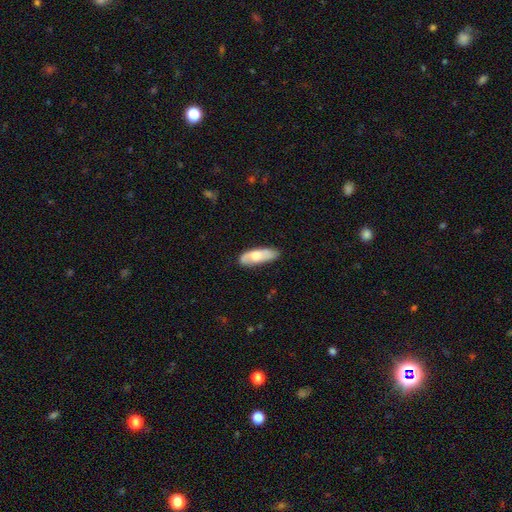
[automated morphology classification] type=smooth (59%); roundness=in between (62%); merging=none (73%).